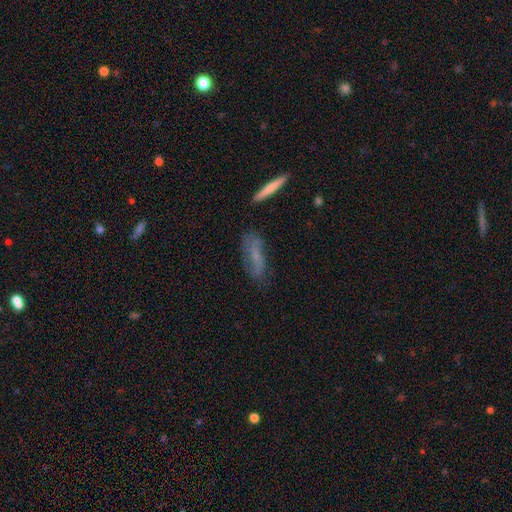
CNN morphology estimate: smooth_or_featured: smooth (p=0.49) [alt: featured or disk p=0.42]
merging: none (p=0.71) [alt: minor disturbance p=0.20]